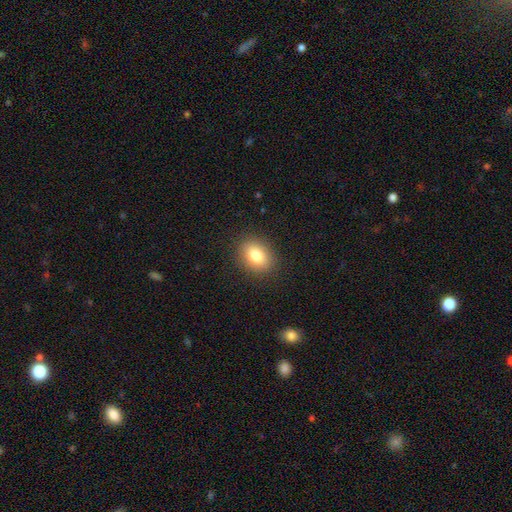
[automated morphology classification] Overall: smooth (82%). How rounded: in between (66%; round 33%). Merging: none (88%).